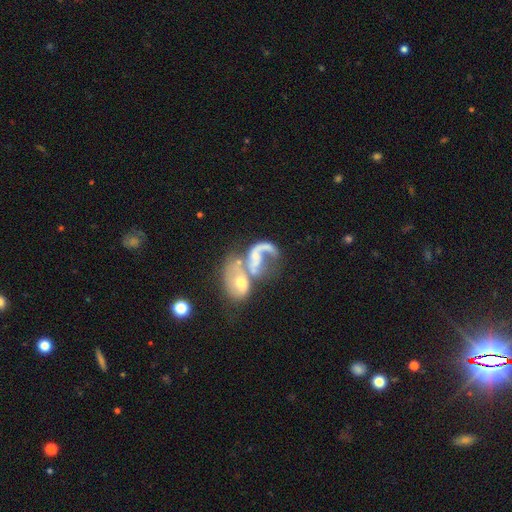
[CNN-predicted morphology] The model was most divided on "bulge size": moderate: 38%, small: 36%, none: 19%, large: 5%, dominant: 2%. More confident: edge-on disk — no (97%); smooth or featured — featured or disk (69%); spiral arms — yes (65%); merging — merger (64%); bar — no (61%).